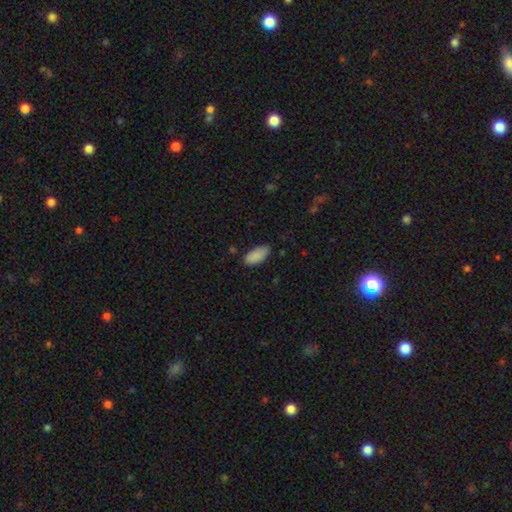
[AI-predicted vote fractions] This appears to be a smooth galaxy with no disk features (88%) that is in between round and cigar-shaped (91%). Merging: none (73%).